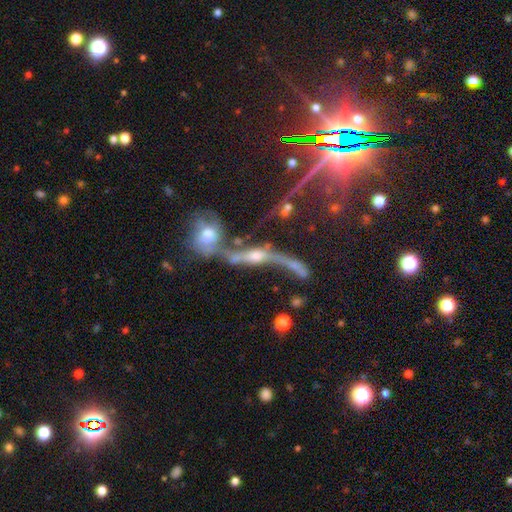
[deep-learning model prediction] Smooth or featured? featured or disk (64%)
Edge-on disk? no (56%)
Merging? merger (44%)